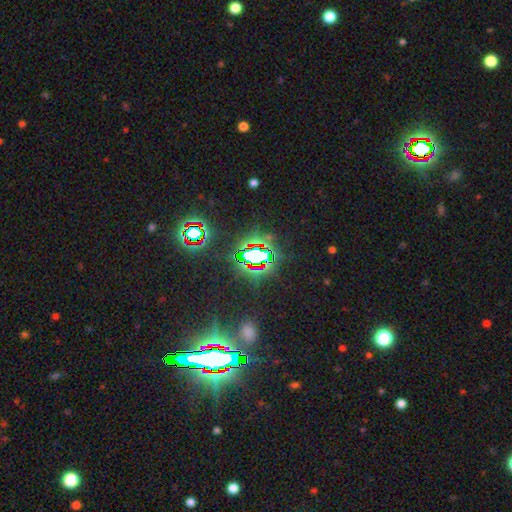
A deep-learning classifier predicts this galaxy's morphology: A star or artifact, not a galaxy (76%).

Vote fractions:
- Smooth or featured? star or artifact: 76% / smooth: 14% / featured or disk: 11%